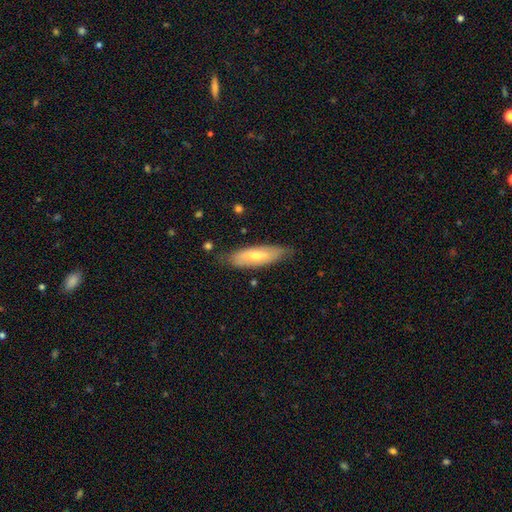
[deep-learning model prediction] Smooth or featured? Predicted: smooth (p=0.53). How rounded? Predicted: in between (p=0.52). Merging? Predicted: none (p=0.76).